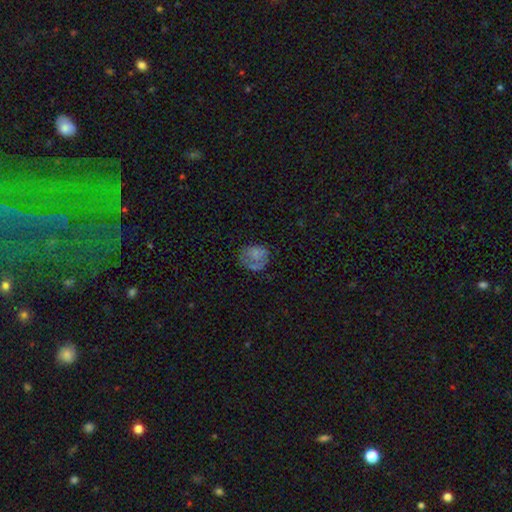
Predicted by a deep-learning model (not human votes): A smooth galaxy with no disk features (61%) that is round (65%). Merging: none (53%).